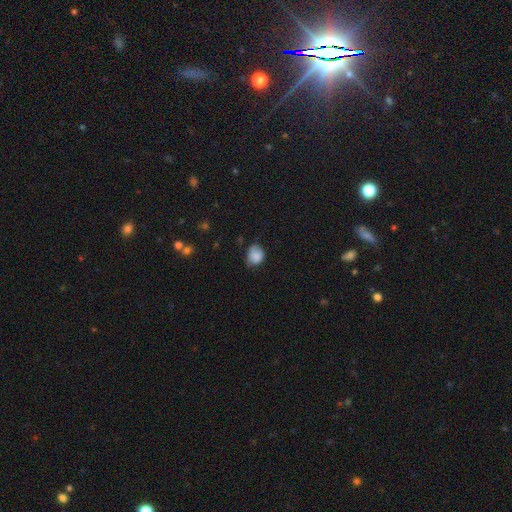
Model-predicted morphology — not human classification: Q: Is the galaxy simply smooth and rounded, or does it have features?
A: smooth — 83%.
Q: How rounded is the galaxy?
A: round — 58%.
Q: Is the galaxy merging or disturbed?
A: none — 50%.